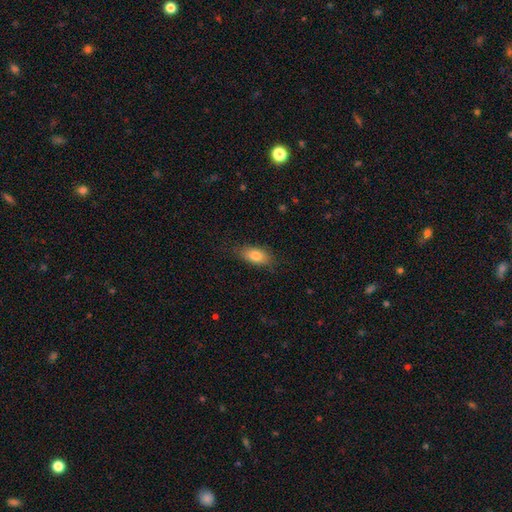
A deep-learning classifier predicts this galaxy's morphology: smooth_or_featured: smooth (p=0.81) [alt: featured or disk p=0.12]
how_rounded: in between (p=0.88) [alt: cigar-shaped p=0.06]
merging: none (p=0.80) [alt: minor disturbance p=0.16]